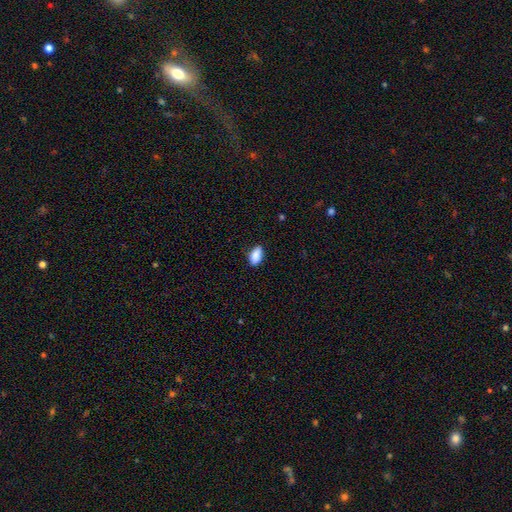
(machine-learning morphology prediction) Q: Smooth or featured?
A: smooth (89%); runner-up: star or artifact (7%)
Q: How rounded?
A: in between (91%); runner-up: cigar-shaped (5%)
Q: Merging?
A: none (82%); runner-up: minor disturbance (14%)